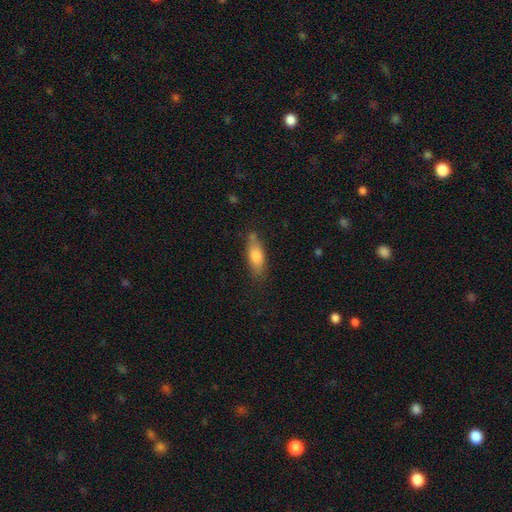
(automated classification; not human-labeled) This appears to be a smooth galaxy with no disk features (75%) that is in between round and cigar-shaped (61%). Merging: none (72%).